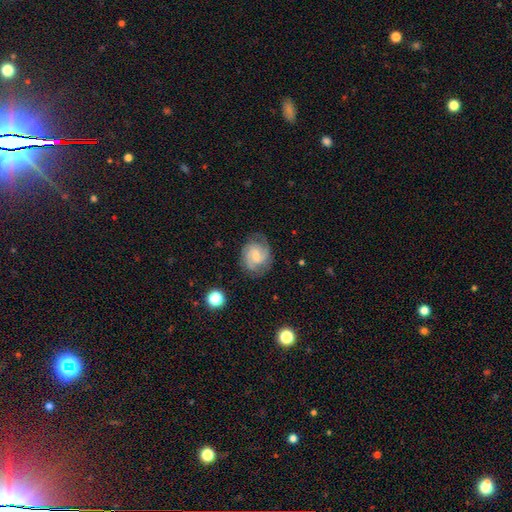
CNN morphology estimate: This is likely a featured or disk galaxy (76%). It is clearly not viewed edge-on (98%). Bar: possibly no (46%, tied with weak). Spiral arm pattern: clearly yes (95%). Spiral arm count: likely 2 (66%). Spiral winding: marginally medium (45%). Central bulge: likely small (60%). Merging: likely none (74%).